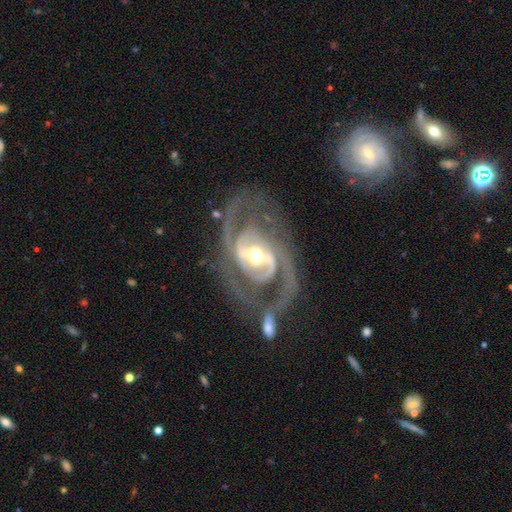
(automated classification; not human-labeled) smooth-or-featured: featured or disk: 90% | smooth: 5% | star or artifact: 5%
  disk-edge-on: no: 96% | yes: 4%
    bar: strong: 42% | weak: 36% | no: 22%
    has-spiral-arms: yes: 93% | no: 7%
      spiral-winding: medium: 48% | tight: 35% | loose: 17%
      spiral-arm-count: 2: 73% | can't tell: 9% | 3: 8% | 1: 5% | 4: 3% | more than 4: 2%
    bulge-size: moderate: 69% | small: 20% | large: 9% | dominant: 1% | none: 1%
  merging: none: 51% | major disturbance: 19% | minor disturbance: 16% | merger: 13%